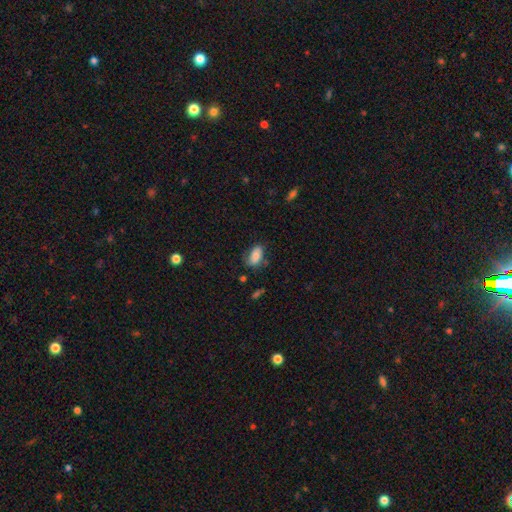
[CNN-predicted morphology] Smooth or featured? smooth (82%)
How rounded? in between (91%)
Merging? none (65%)